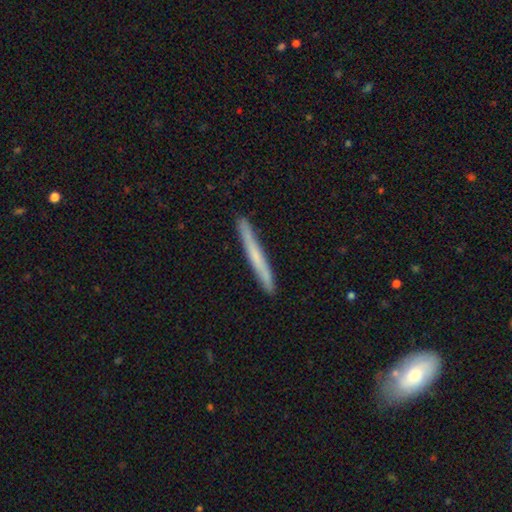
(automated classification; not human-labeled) This is possibly a smooth galaxy (55%). How rounded: clearly cigar-shaped (97%). Merging: clearly none (90%).